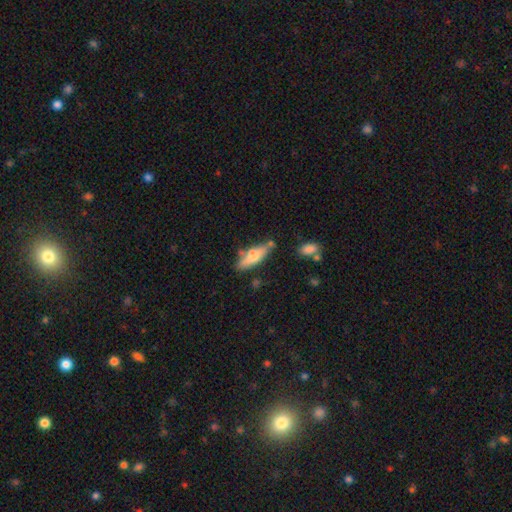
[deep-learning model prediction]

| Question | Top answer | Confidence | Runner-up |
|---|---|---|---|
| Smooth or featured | smooth | 56% | featured or disk (37%) |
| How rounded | cigar-shaped | 55% | in between (42%) |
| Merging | none | 65% | minor disturbance (20%) |